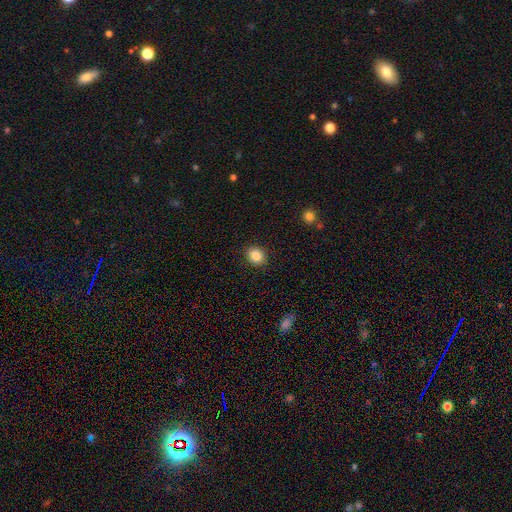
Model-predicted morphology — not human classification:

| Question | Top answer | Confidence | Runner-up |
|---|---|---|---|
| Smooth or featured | smooth | 86% | star or artifact (9%) |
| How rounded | round | 65% | in between (34%) |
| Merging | none | 90% | minor disturbance (7%) |